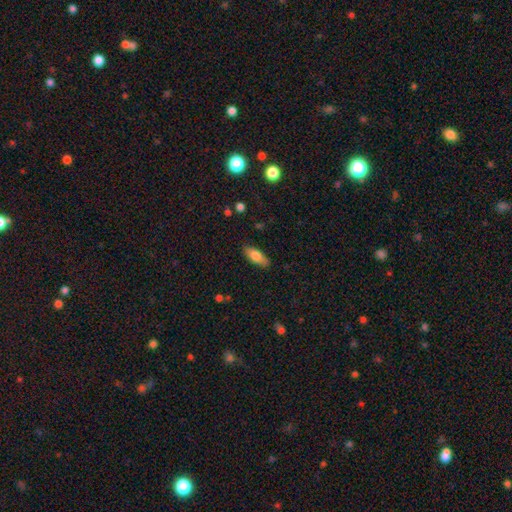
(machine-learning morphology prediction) Smooth or featured: smooth — 77% (featured or disk — 16%)
How rounded: in between — 73% (cigar-shaped — 25%)
Merging: none — 86% (minor disturbance — 10%)